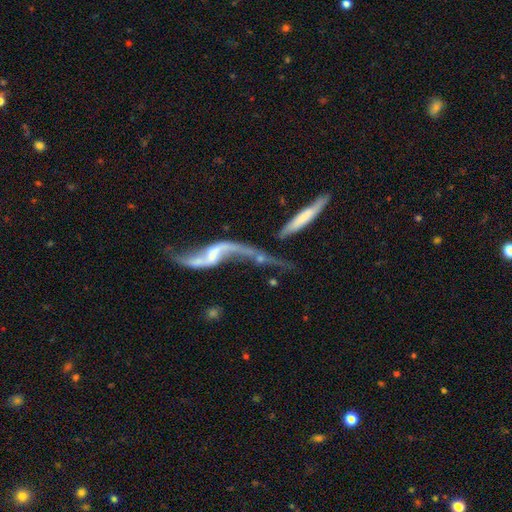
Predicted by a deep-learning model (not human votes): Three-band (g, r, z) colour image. It shows a featured or disk galaxy (82%) with no bar (46%), 2 (90%) loose (93%) spiral arms (85%) and a small central bulge (39%). Merging: merger (35%).